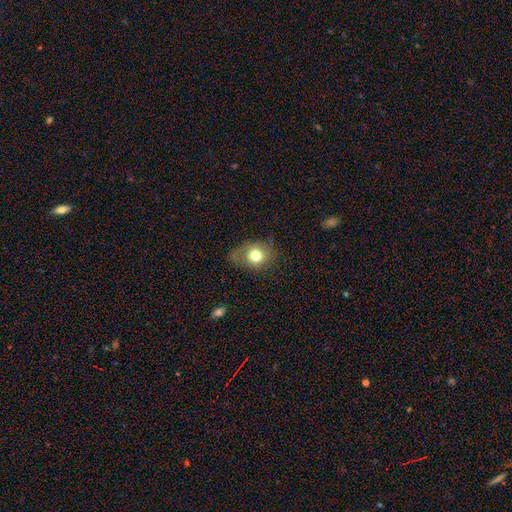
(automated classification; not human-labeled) Overall: smooth (74%). How rounded: round (64%; in between 35%). Merging: none (55%; minor disturbance 28%).